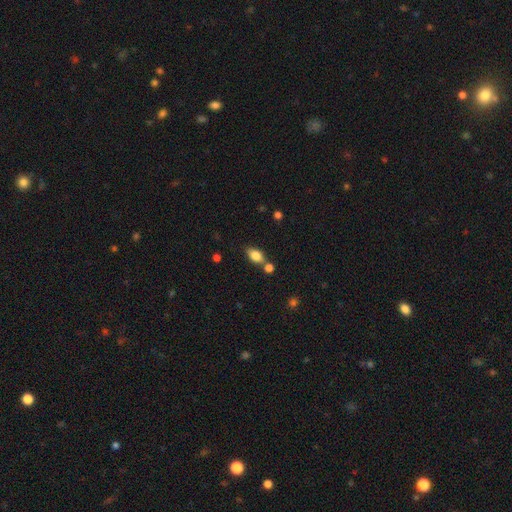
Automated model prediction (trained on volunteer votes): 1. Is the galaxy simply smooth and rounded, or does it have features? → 82% smooth, 10% featured or disk, 8% star or artifact.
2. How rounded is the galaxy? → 87% in between, 9% round, 4% cigar-shaped.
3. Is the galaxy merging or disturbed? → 64% none, 20% merger, 13% minor disturbance, 3% major disturbance.